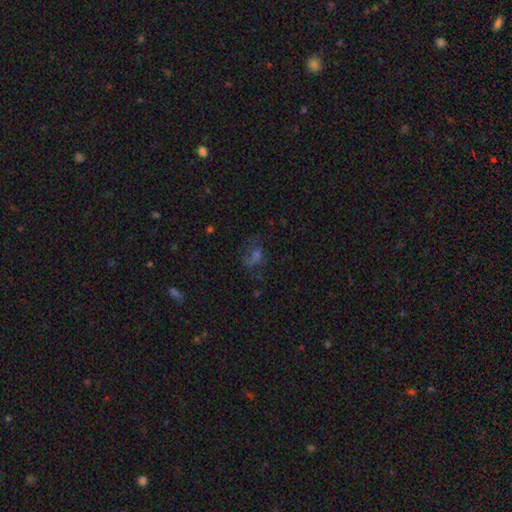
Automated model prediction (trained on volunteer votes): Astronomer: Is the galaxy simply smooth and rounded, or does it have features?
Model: smooth — 36%, tied with star or artifact at 36%.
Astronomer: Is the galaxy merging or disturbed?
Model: none — 53%.